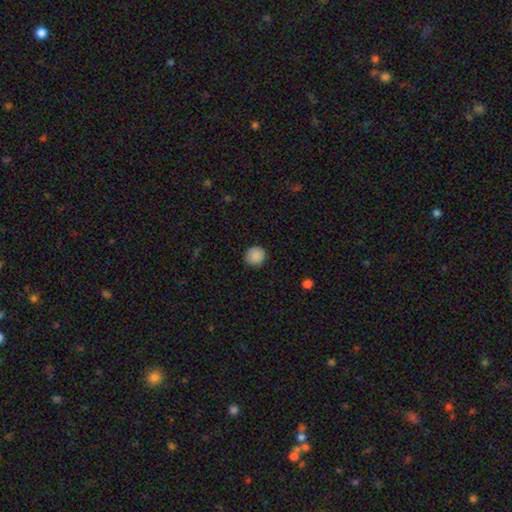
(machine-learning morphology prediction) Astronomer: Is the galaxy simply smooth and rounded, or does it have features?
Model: smooth — 89%.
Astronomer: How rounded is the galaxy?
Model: round — 94%.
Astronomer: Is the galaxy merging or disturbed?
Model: none — 90%.